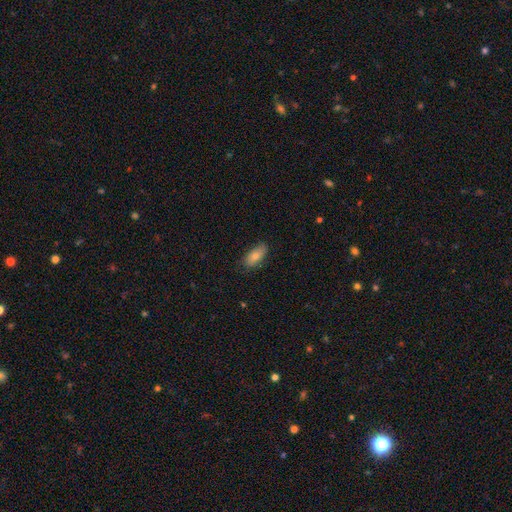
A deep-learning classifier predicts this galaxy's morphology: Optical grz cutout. It shows a smooth galaxy with no disk features (74%) that is in between round and cigar-shaped (89%). Merging: none (73%).